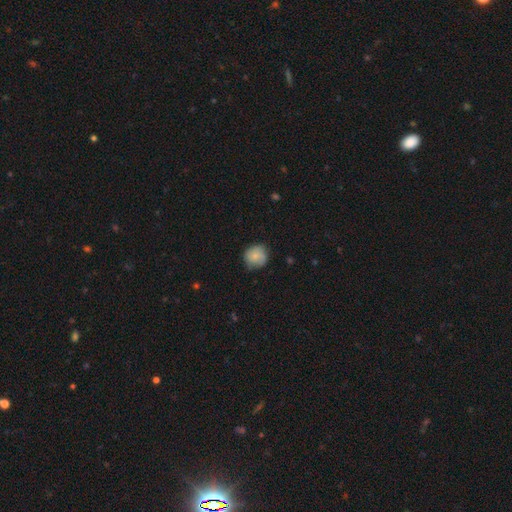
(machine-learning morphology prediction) smooth_or_featured: smooth (p=0.78) [alt: featured or disk p=0.14]
how_rounded: round (p=0.87) [alt: in between p=0.12]
merging: none (p=0.71) [alt: minor disturbance p=0.23]